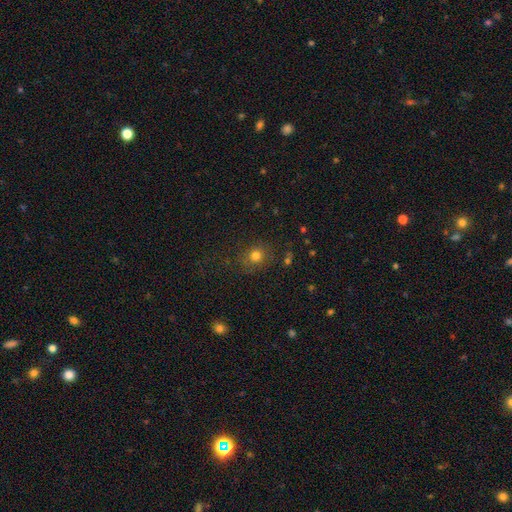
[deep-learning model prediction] The model was most divided on "smooth or featured": smooth: 76%, star or artifact: 16%, featured or disk: 8%. More confident: how rounded — round (83%); merging — none (79%).